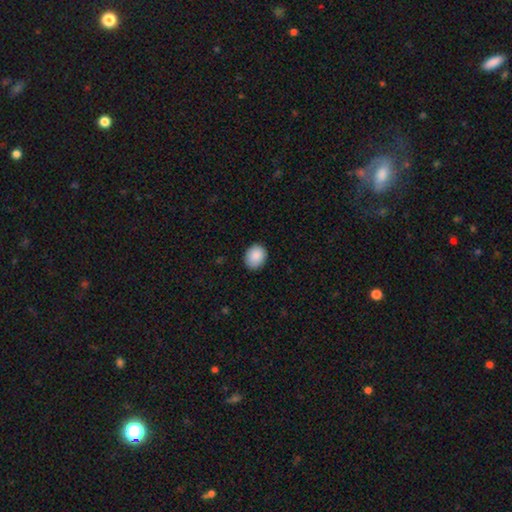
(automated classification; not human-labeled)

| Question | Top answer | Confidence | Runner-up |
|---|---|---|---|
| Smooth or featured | smooth | 89% | star or artifact (7%) |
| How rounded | round | 56% | in between (43%) |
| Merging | none | 88% | minor disturbance (9%) |